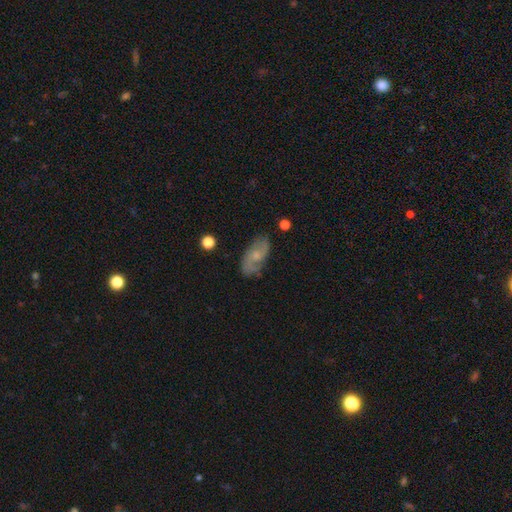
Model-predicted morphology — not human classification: Smooth or featured?
  - featured or disk: 64% *
  - smooth: 28%
  - star or artifact: 8%
Edge-on disk?
  - no: 94% *
  - yes: 6%
Bar?
  - no: 67% *
  - weak: 29%
  - strong: 4%
Spiral arms?
  - yes: 86% *
  - no: 14%
Spiral winding?
  - medium: 44% *
  - loose: 31%
  - tight: 24%
Spiral arm count?
  - 2: 78% *
  - can't tell: 14%
  - 1: 3%
  - 3: 2%
  - 4: 1%
  - more than 4: 1%
Bulge size?
  - small: 57% *
  - moderate: 34%
  - none: 7%
  - large: 2%
  - dominant: 1%
Merging?
  - none: 75% *
  - minor disturbance: 18%
  - major disturbance: 5%
  - merger: 2%